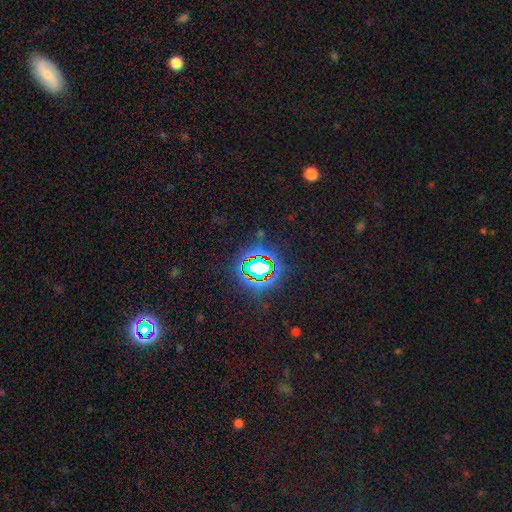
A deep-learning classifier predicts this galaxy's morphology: smooth-or-featured: star or artifact: 81% | smooth: 12% | featured or disk: 7%